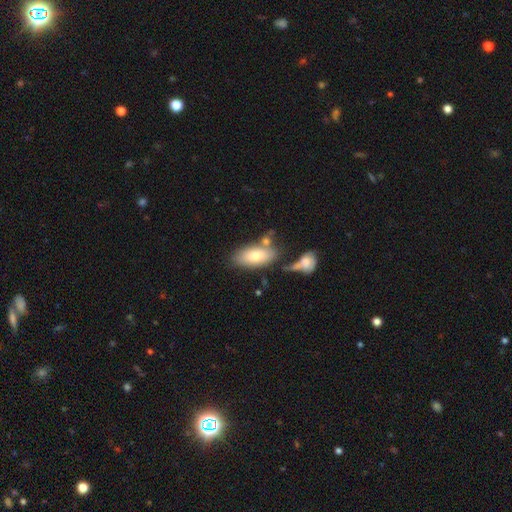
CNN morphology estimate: Smooth or featured? smooth (75%)
How rounded? in between (90%)
Merging? none (60%)